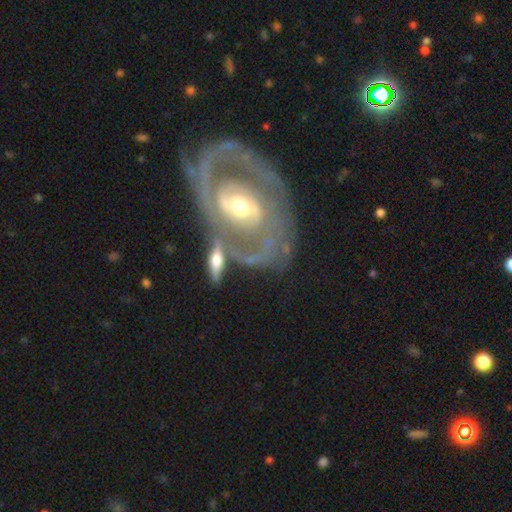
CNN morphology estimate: Smooth or featured: featured or disk — 87% (smooth — 8%)
Edge-on disk: no — 96% (yes — 4%)
Bar: no — 49% (weak — 33%)
Spiral arms: yes — 86% (no — 14%)
Spiral winding: tight — 57% (medium — 32%)
Spiral arm count: 2 — 60% (can't tell — 19%)
Bulge size: moderate — 54% (small — 40%)
Merging: none — 57% (minor disturbance — 17%)